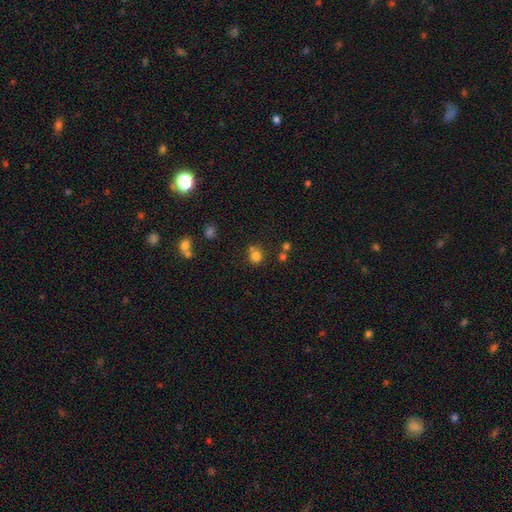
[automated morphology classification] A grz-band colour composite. It shows a smooth galaxy with no disk features (78%) that is round (86%). Merging: none (63%).